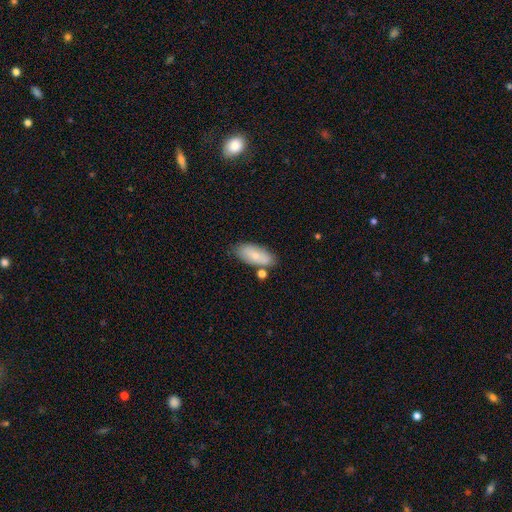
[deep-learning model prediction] Smooth or featured? smooth (75%)
How rounded? in between (88%)
Merging? none (71%)